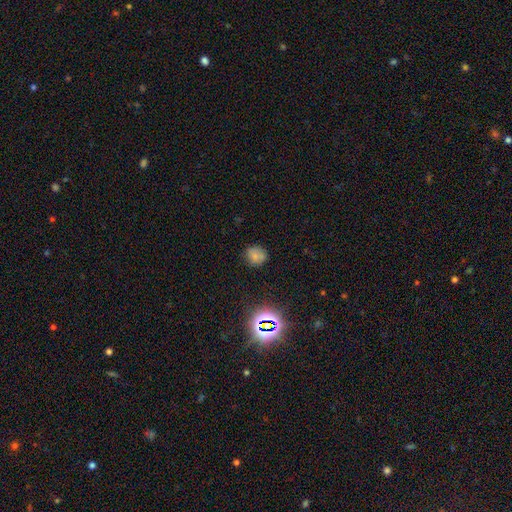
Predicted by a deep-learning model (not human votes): smooth_or_featured: smooth (p=0.67) [alt: star or artifact p=0.21]
how_rounded: round (p=0.77) [alt: in between p=0.21]
merging: none (p=0.75) [alt: minor disturbance p=0.16]